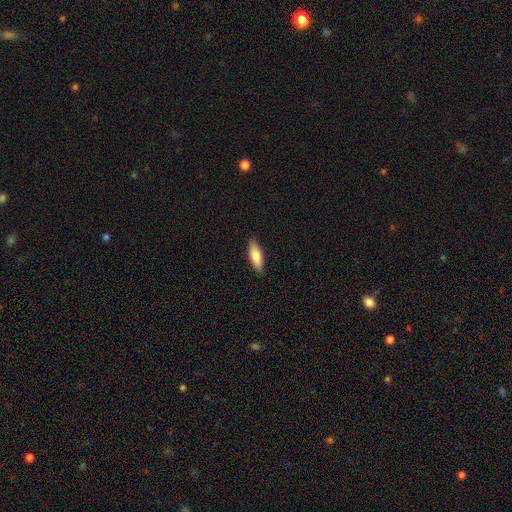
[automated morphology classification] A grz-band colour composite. It shows a smooth galaxy with no disk features (80%) that is in between round and cigar-shaped (58%). Merging: none (90%).